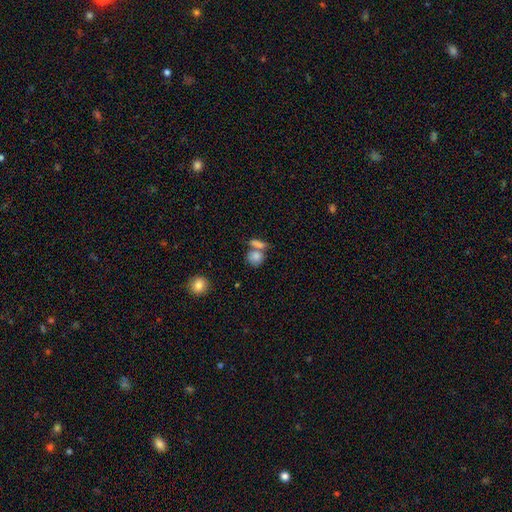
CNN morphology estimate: Smooth or featured: smooth — 81% (star or artifact — 10%)
How rounded: round — 65% (in between — 32%)
Merging: none — 44% (merger — 42%)